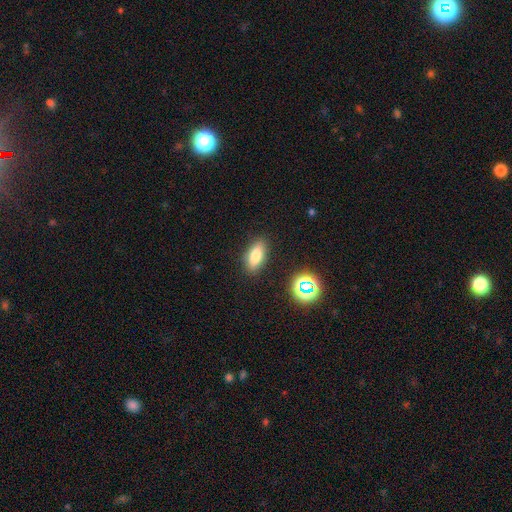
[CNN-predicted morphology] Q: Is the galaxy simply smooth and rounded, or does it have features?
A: smooth — 77%.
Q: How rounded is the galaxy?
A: in between — 80%.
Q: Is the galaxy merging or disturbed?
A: none — 85%.